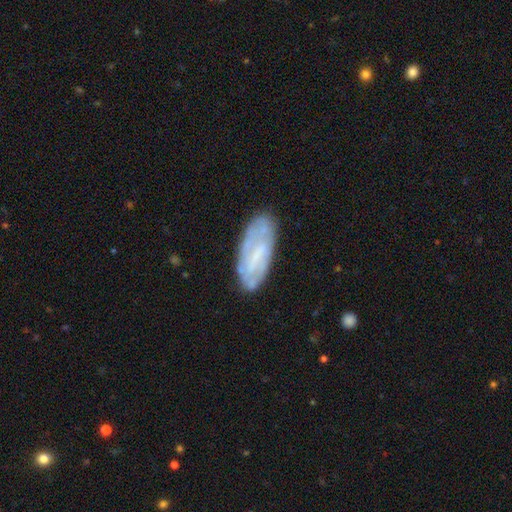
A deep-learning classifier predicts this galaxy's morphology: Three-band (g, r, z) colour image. It shows a featured or disk galaxy (54%). Merging: none (73%).